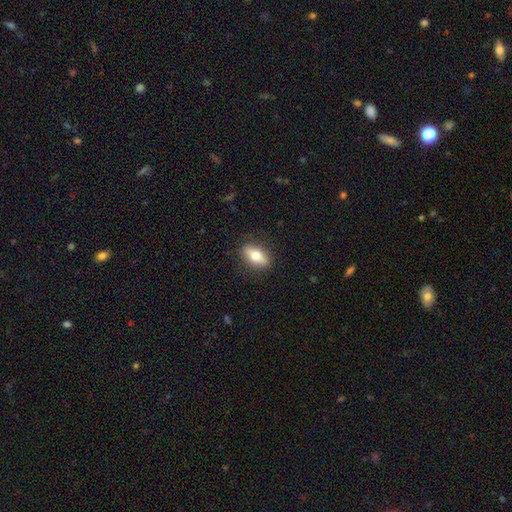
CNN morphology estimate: Smooth or featured? smooth (68%)
How rounded? in between (78%)
Merging? none (85%)